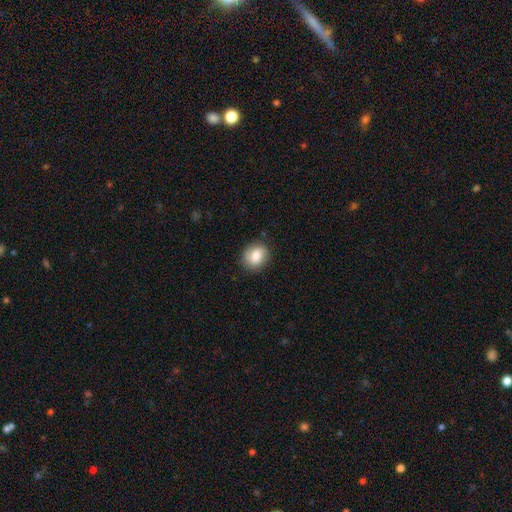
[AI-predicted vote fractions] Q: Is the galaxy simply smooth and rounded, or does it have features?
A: smooth — 76%.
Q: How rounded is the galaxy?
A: round — 65%.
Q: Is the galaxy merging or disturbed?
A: none — 84%.